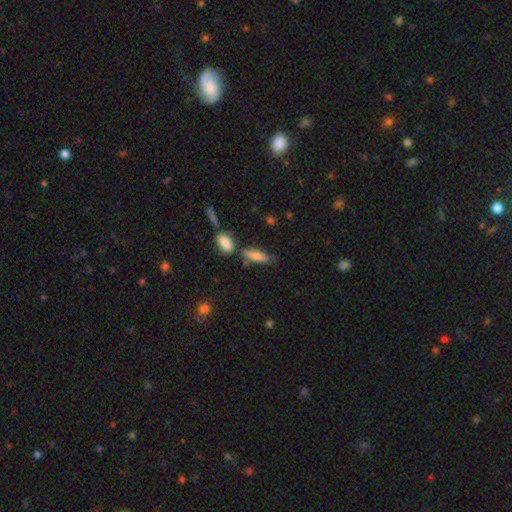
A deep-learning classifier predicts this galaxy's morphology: smooth_or_featured: smooth (p=0.74) [alt: featured or disk p=0.18]
how_rounded: cigar-shaped (p=0.53) [alt: in between p=0.45]
merging: none (p=0.62) [alt: minor disturbance p=0.18]